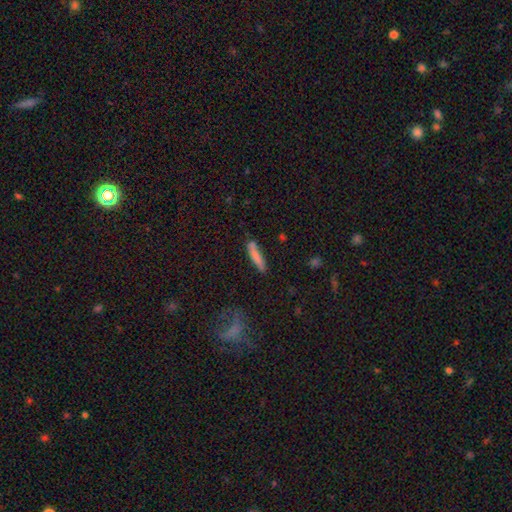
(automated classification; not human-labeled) Smooth or featured: smooth — 78% (featured or disk — 16%)
How rounded: cigar-shaped — 86% (in between — 13%)
Merging: none — 74% (minor disturbance — 17%)